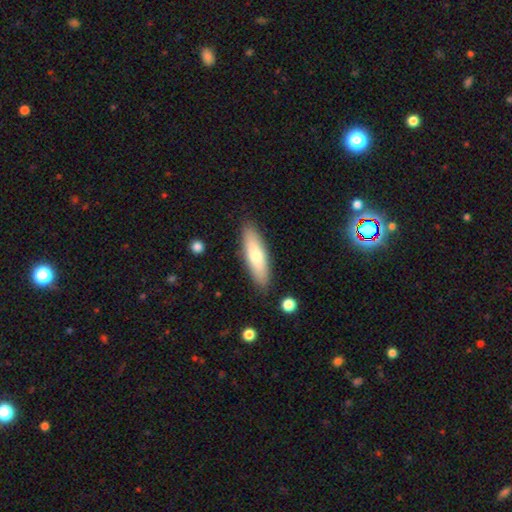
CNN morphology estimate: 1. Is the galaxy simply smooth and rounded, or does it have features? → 69% smooth, 25% featured or disk, 5% star or artifact.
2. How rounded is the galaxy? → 62% cigar-shaped, 36% in between, 2% round.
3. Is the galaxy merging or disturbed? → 88% none, 9% minor disturbance, 2% major disturbance, 2% merger.